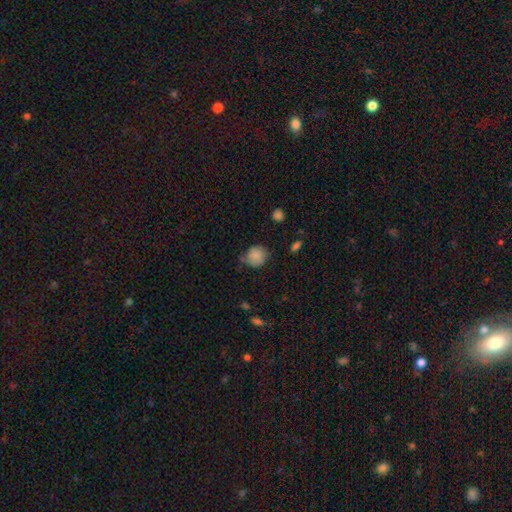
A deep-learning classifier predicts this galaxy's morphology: The model was most divided on "merging": none: 56%, minor disturbance: 31%, major disturbance: 9%, merger: 4%. More confident: smooth or featured — smooth (77%); how rounded — round (75%).